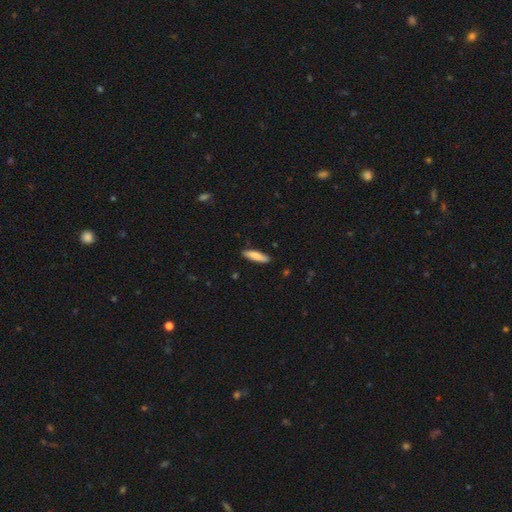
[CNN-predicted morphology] smooth_or_featured: smooth (p=0.83) [alt: featured or disk p=0.12]
how_rounded: cigar-shaped (p=0.73) [alt: in between p=0.26]
merging: none (p=0.88) [alt: minor disturbance p=0.09]